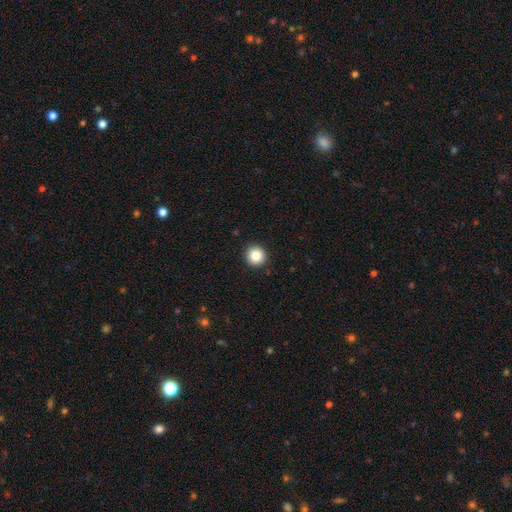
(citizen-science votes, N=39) This is clearly a smooth galaxy (87%). How rounded: clearly round (97%). Merging: clearly none (91%).